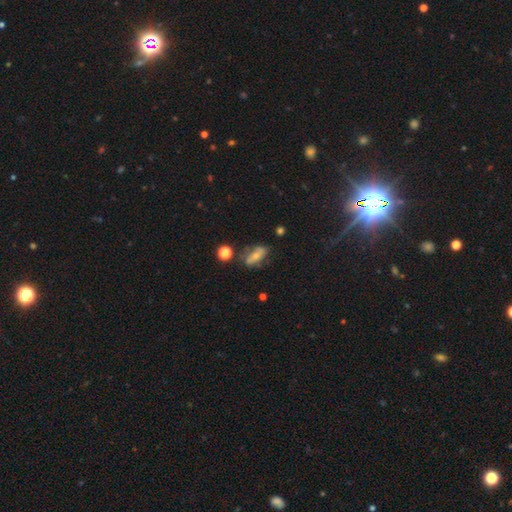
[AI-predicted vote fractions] smooth_or_featured: smooth (p=0.52) [alt: featured or disk p=0.37]
how_rounded: in between (p=0.77) [alt: cigar-shaped p=0.15]
merging: none (p=0.61) [alt: minor disturbance p=0.25]